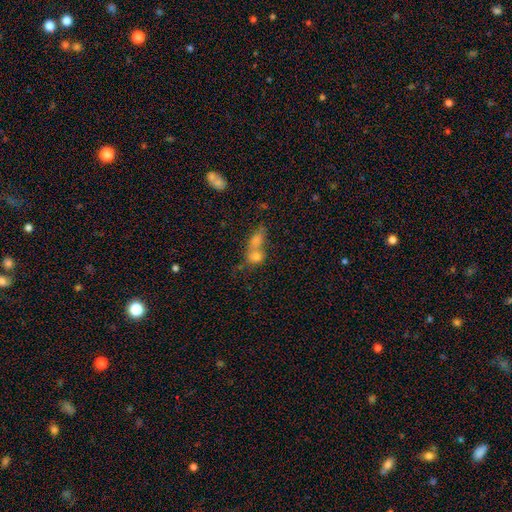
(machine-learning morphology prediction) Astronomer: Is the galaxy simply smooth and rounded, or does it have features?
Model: smooth — 72%.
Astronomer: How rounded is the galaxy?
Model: round — 55% (runner-up: in between, 40%).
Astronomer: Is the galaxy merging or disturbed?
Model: merger — 65%.